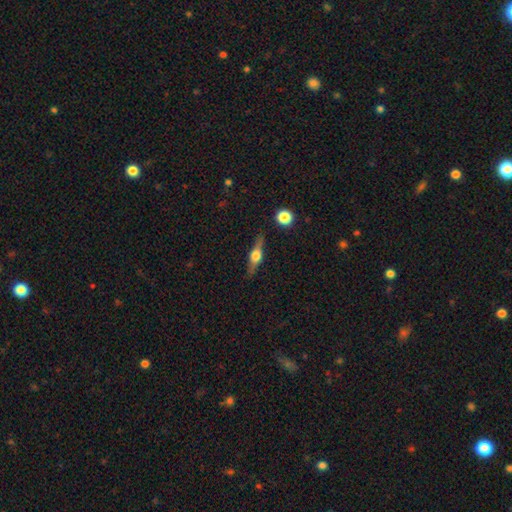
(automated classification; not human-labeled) Smooth or featured: featured or disk — 68% (smooth — 25%)
Edge-on disk: yes — 96% (no — 4%)
Edge-on bulge: rounded — 94% (boxy — 5%)
Merging: none — 85% (minor disturbance — 10%)